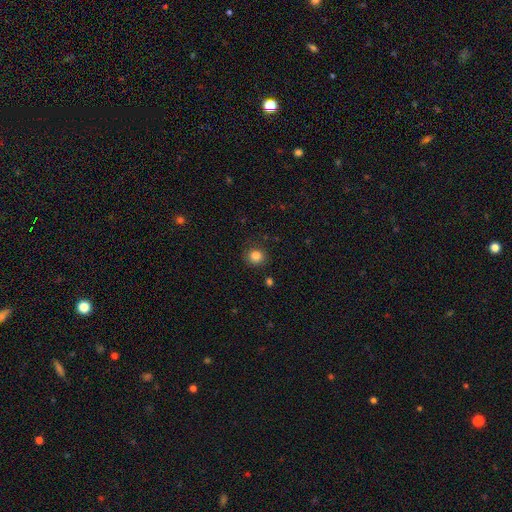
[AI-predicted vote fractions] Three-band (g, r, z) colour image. It shows a smooth galaxy with no disk features (84%) that is round (87%). Merging: none (89%).